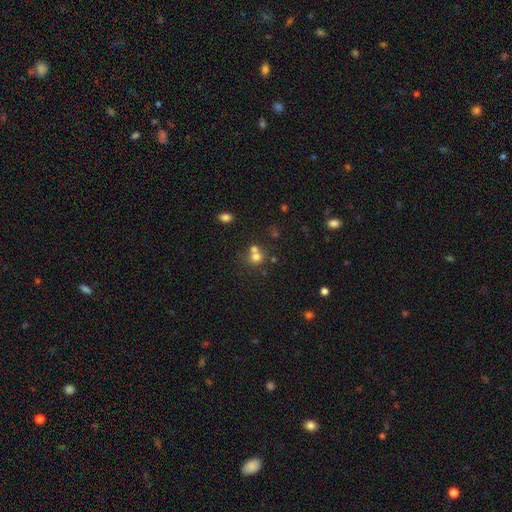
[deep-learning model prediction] Smooth or featured?
  - smooth: 70% *
  - star or artifact: 17%
  - featured or disk: 13%
How rounded?
  - round: 84% *
  - in between: 15%
  - cigar-shaped: 1%
Merging?
  - none: 46% *
  - merger: 44%
  - minor disturbance: 7%
  - major disturbance: 3%